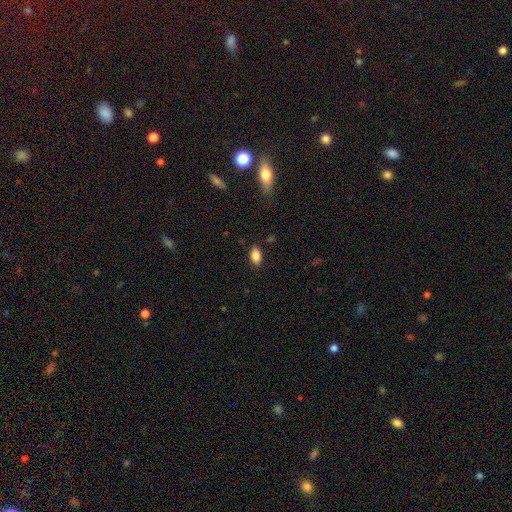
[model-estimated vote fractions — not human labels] A smooth galaxy with no disk features (86%) that is in between round and cigar-shaped (91%).

Vote fractions:
- Smooth or featured? smooth: 86% / star or artifact: 9% / featured or disk: 5%
- How rounded? in between: 91% / round: 6% / cigar-shaped: 3%
- Merging? none: 85% / minor disturbance: 11% / major disturbance: 3% / merger: 1%